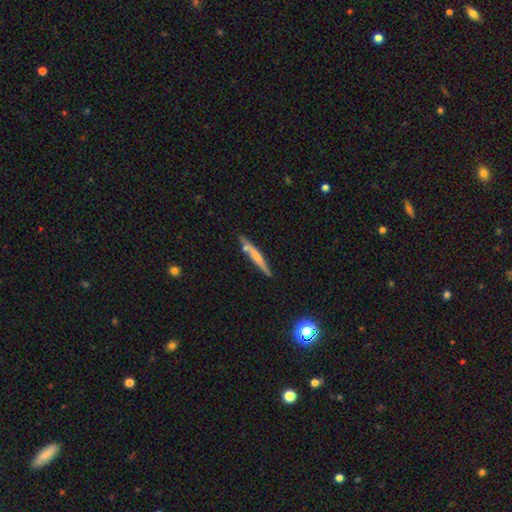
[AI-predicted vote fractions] Smooth or featured: smooth — 54% (featured or disk — 40%)
How rounded: cigar-shaped — 94% (in between — 4%)
Merging: none — 77% (minor disturbance — 14%)